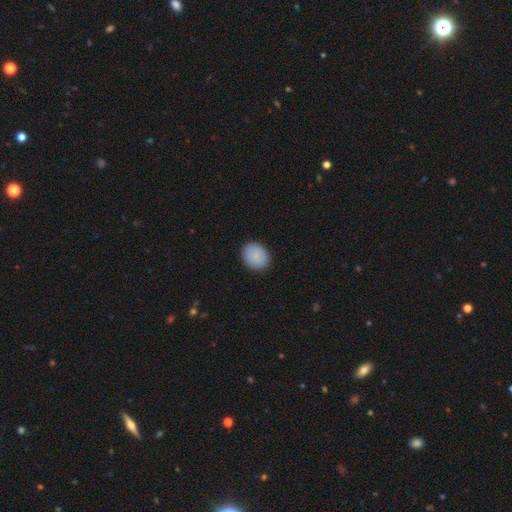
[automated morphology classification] Smooth or featured? Predicted: smooth (p=0.88). How rounded? Predicted: round (p=0.56). Merging? Predicted: none (p=0.88).